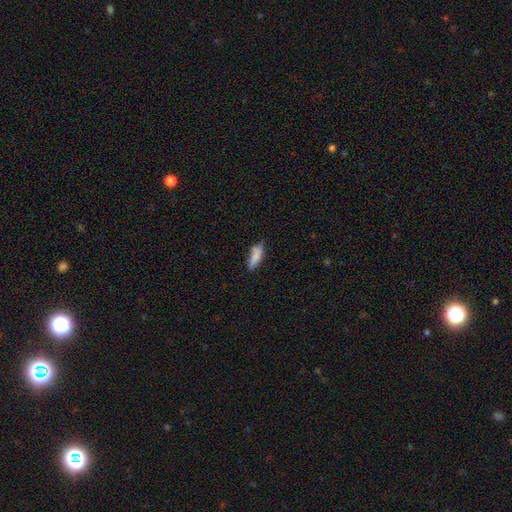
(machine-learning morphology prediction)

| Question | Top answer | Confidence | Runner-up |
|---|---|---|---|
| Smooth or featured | smooth | 80% | featured or disk (12%) |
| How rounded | in between | 49% | tied: cigar-shaped (49%) |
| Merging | none | 60% | minor disturbance (28%) |